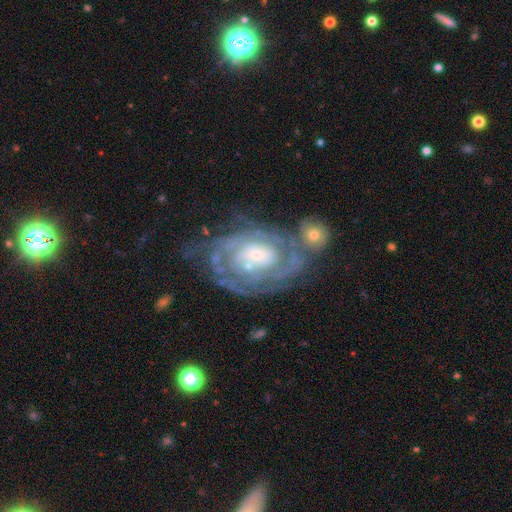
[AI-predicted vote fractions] Smooth or featured: featured or disk — 84% (smooth — 9%)
Edge-on disk: no — 97% (yes — 3%)
Bar: no — 74% (weak — 20%)
Spiral arms: yes — 89% (no — 11%)
Spiral winding: tight — 69% (medium — 23%)
Spiral arm count: can't tell — 46% (2 — 17%)
Bulge size: small — 69% (moderate — 21%)
Merging: none — 46% (merger — 19%)